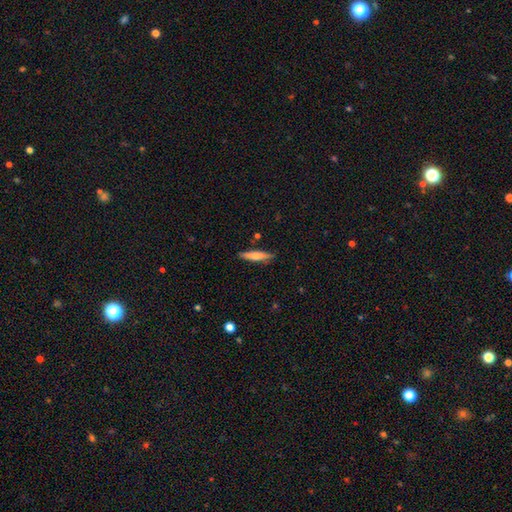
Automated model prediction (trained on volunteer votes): Smooth or featured?
  - smooth: 66% *
  - featured or disk: 28%
  - star or artifact: 6%
How rounded?
  - cigar-shaped: 87% *
  - in between: 12%
  - round: 2%
Merging?
  - none: 86% *
  - minor disturbance: 10%
  - merger: 2%
  - major disturbance: 2%